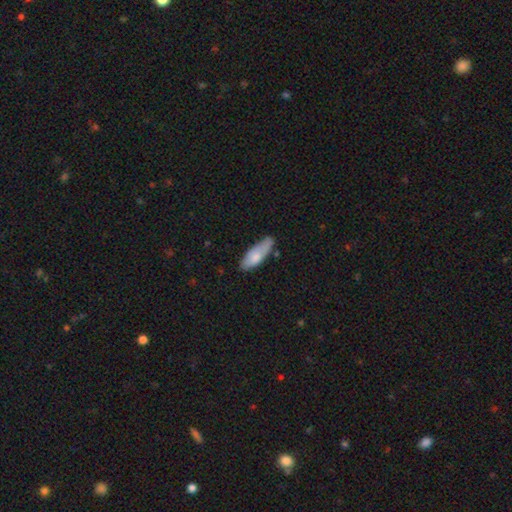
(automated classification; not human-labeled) smooth 74%, featured or disk 20%, star or artifact 6%. Down the decision tree: how rounded — in between (63%); merging — none (60%).